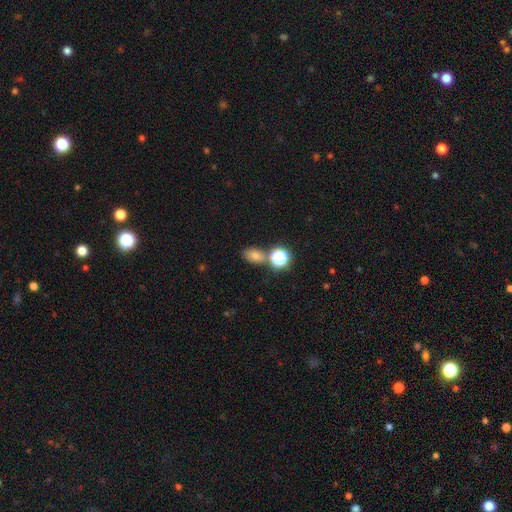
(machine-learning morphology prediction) Smooth or featured? smooth (64%)
How rounded? in between (62%)
Merging? none (69%)